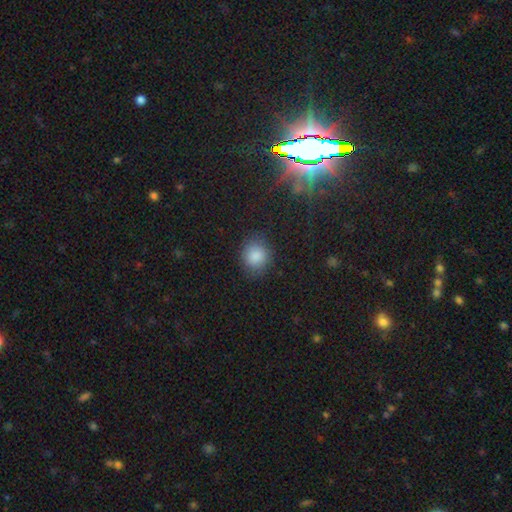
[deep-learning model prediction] smooth-or-featured: smooth: 85% | star or artifact: 10% | featured or disk: 5%
  how-rounded: round: 75% | in between: 24% | cigar-shaped: 1%
  merging: none: 82% | minor disturbance: 12% | major disturbance: 4% | merger: 1%